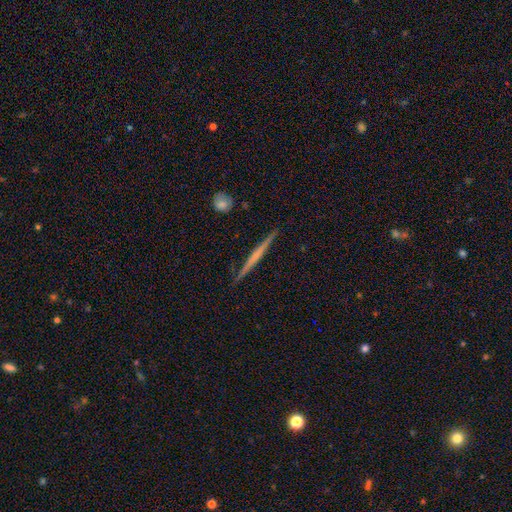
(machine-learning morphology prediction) A featured or disk galaxy (61%) viewed edge-on (98%) with no central bulge (76%).

Vote fractions:
- Smooth or featured? featured or disk: 61% / smooth: 33% / star or artifact: 6%
- Edge-on disk? yes: 98% / no: 2%
- Edge-on bulge? none: 76% / rounded: 16% / boxy: 8%
- Merging? none: 91% / minor disturbance: 6% / major disturbance: 1% / merger: 1%